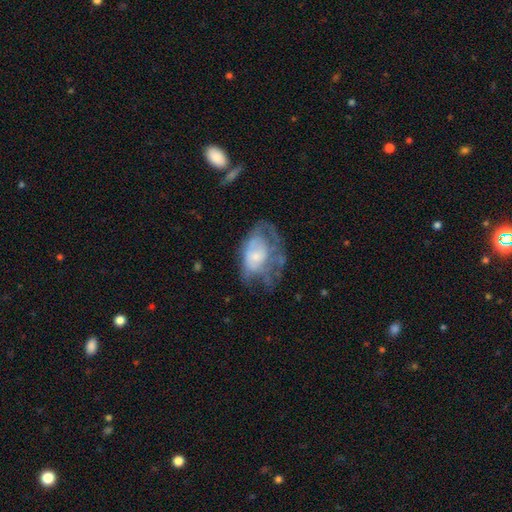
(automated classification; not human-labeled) Q: Smooth or featured?
A: featured or disk (56%); runner-up: smooth (36%)
Q: Edge-on disk?
A: no (96%); runner-up: yes (4%)
Q: Bar?
A: no (82%); runner-up: weak (15%)
Q: Spiral arms?
A: no (58%); runner-up: yes (42%)
Q: Bulge size?
A: small (51%); runner-up: moderate (32%)
Q: Merging?
A: major disturbance (38%); runner-up: none (34%)